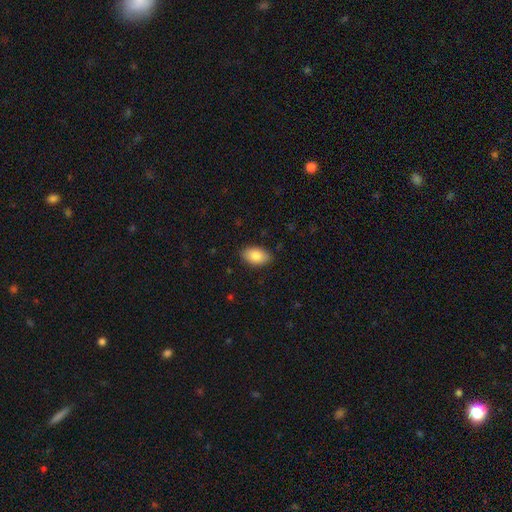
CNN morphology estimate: Smooth or featured: smooth — 87% (star or artifact — 7%)
How rounded: in between — 92% (round — 6%)
Merging: none — 87% (minor disturbance — 10%)